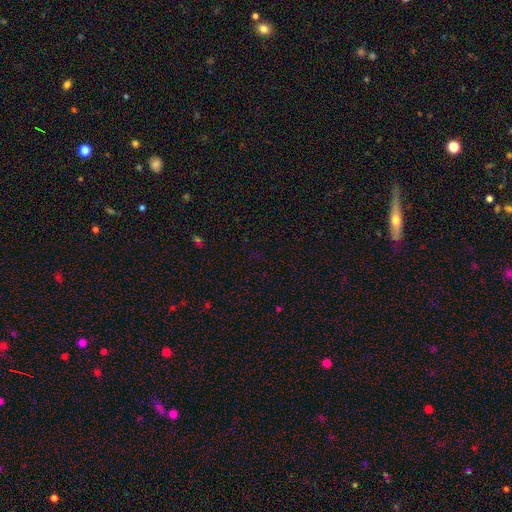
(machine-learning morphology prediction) smooth_or_featured: star or artifact (p=0.67) [alt: smooth p=0.25]